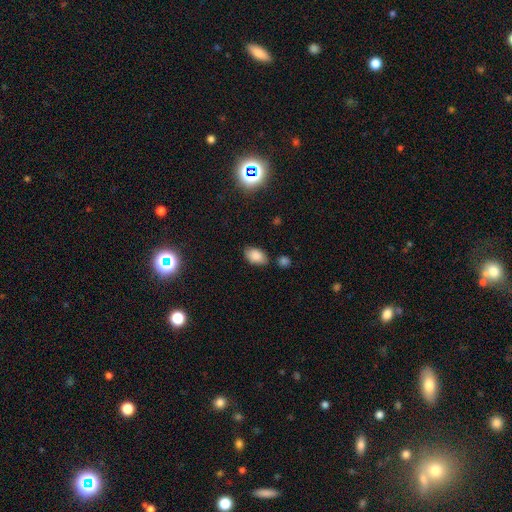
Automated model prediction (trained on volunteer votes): The model was most divided on "merging": none: 76%, minor disturbance: 16%, merger: 5%, major disturbance: 3%. More confident: how rounded — in between (91%); smooth or featured — smooth (85%).